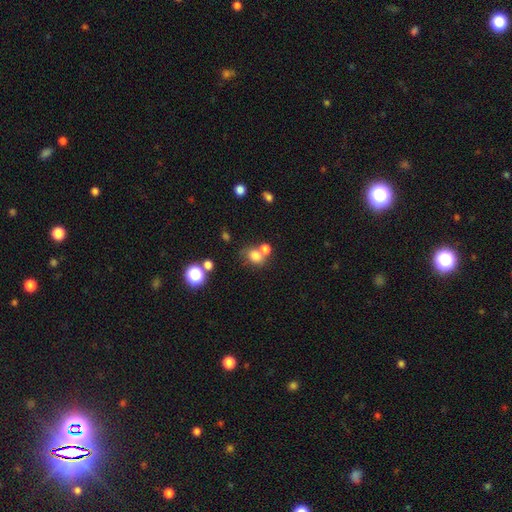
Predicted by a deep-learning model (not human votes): A smooth galaxy with no disk features (77%) that is round (54%).

Vote fractions:
- Smooth or featured? smooth: 77% / star or artifact: 14% / featured or disk: 9%
- How rounded? round: 54% / in between: 45% / cigar-shaped: 1%
- Merging? none: 48% / merger: 35% / minor disturbance: 11% / major disturbance: 5%